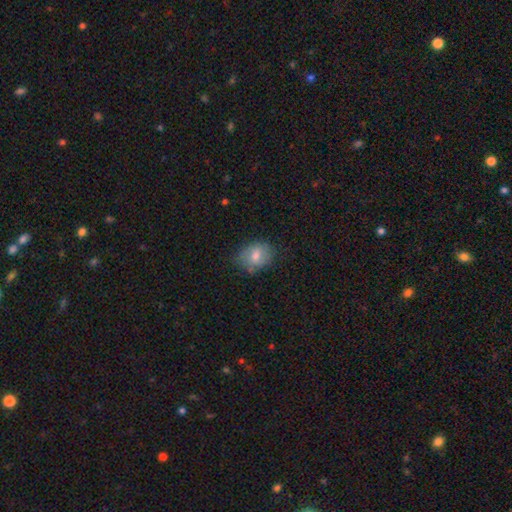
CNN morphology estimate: Q: Smooth or featured?
A: smooth (72%); runner-up: featured or disk (19%)
Q: How rounded?
A: in between (65%); runner-up: round (34%)
Q: Merging?
A: none (69%); runner-up: minor disturbance (23%)